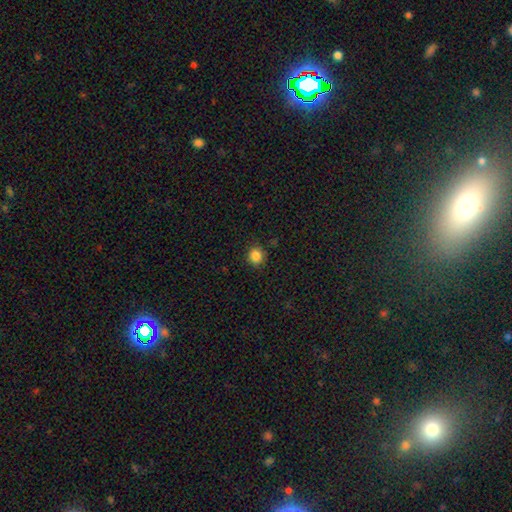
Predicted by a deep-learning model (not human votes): Smooth or featured? smooth (85%)
How rounded? round (88%)
Merging? none (89%)